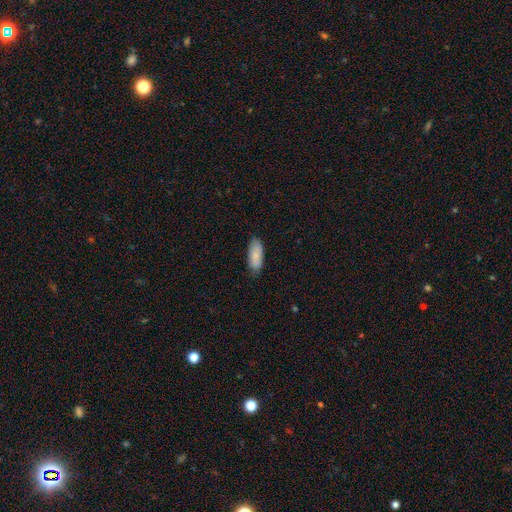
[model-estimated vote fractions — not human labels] Smooth or featured? Predicted: smooth (p=0.83). How rounded? Predicted: in between (p=0.83). Merging? Predicted: none (p=0.79).